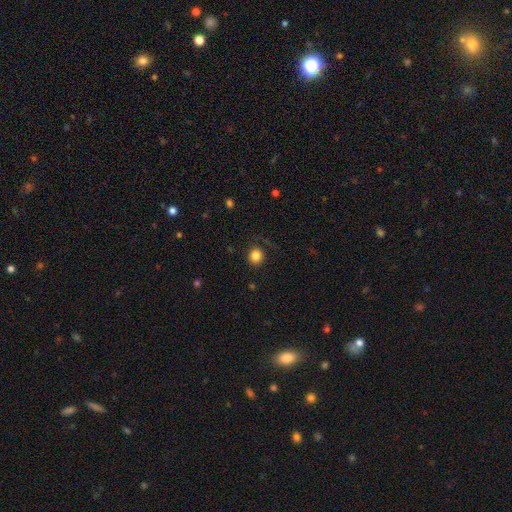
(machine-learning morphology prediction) This is clearly a smooth galaxy (84%). How rounded: clearly round (90%). Merging: clearly none (85%).